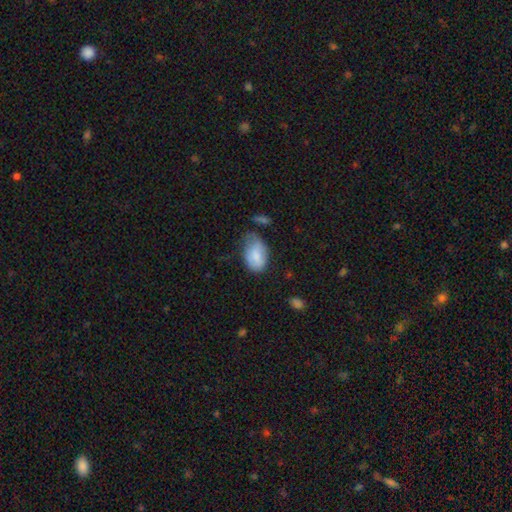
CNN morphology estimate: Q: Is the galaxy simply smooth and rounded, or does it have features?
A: smooth — 79%.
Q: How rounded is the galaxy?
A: in between — 90%.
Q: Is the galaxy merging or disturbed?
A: minor disturbance — 41%.